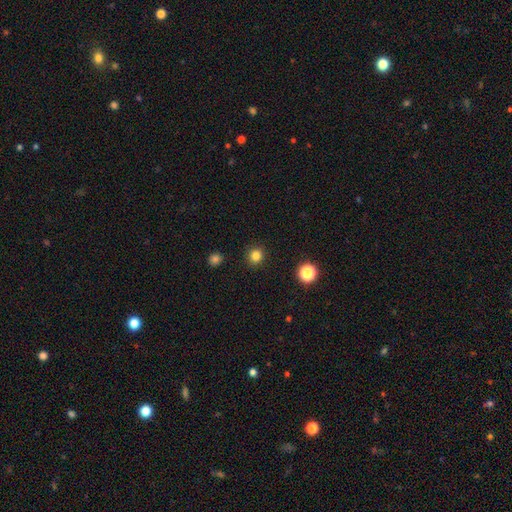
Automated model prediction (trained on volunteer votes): Smooth or featured: smooth — 82% (star or artifact — 14%)
How rounded: round — 91% (in between — 9%)
Merging: none — 91% (minor disturbance — 5%)